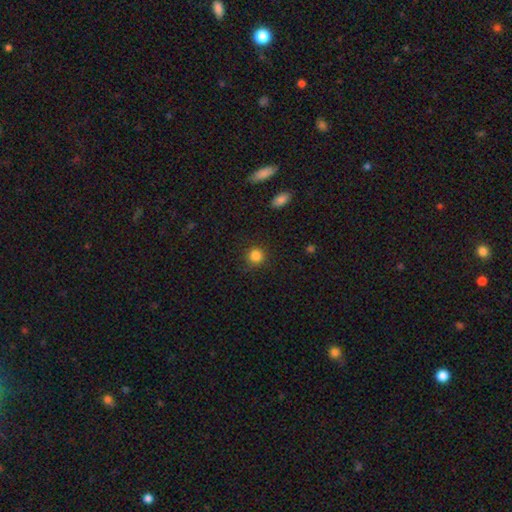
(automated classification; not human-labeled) A smooth galaxy with no disk features (84%) that is round (93%).

Vote fractions:
- Smooth or featured? smooth: 84% / star or artifact: 11% / featured or disk: 4%
- How rounded? round: 93% / in between: 6% / cigar-shaped: 1%
- Merging? none: 88% / minor disturbance: 8% / major disturbance: 3% / merger: 1%